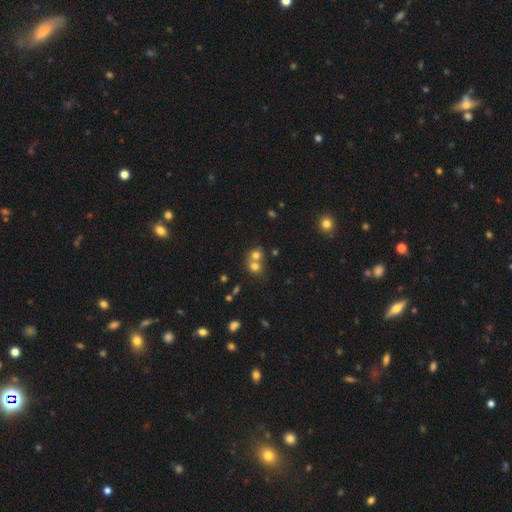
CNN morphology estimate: smooth-or-featured: smooth: 71% | star or artifact: 15% | featured or disk: 14%
  how-rounded: round: 79% | in between: 20% | cigar-shaped: 1%
  merging: merger: 57% | none: 35% | minor disturbance: 5% | major disturbance: 3%